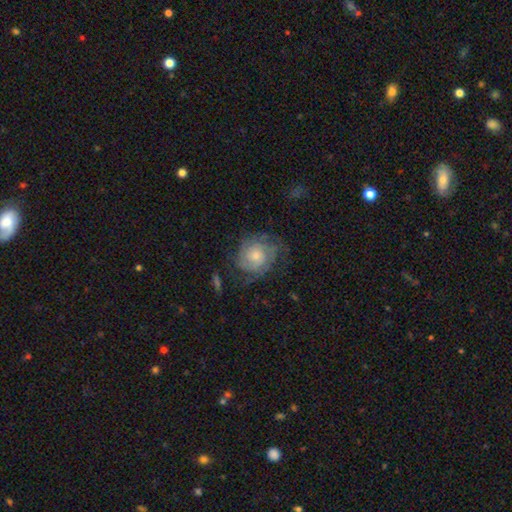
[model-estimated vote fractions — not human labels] Smooth or featured: featured or disk — 71% (smooth — 21%)
Edge-on disk: no — 97% (yes — 3%)
Bar: no — 77% (weak — 20%)
Spiral arms: yes — 91% (no — 9%)
Spiral winding: tight — 62% (medium — 29%)
Spiral arm count: can't tell — 35% (2 — 26%)
Bulge size: moderate — 46% (small — 43%)
Merging: none — 66% (minor disturbance — 20%)